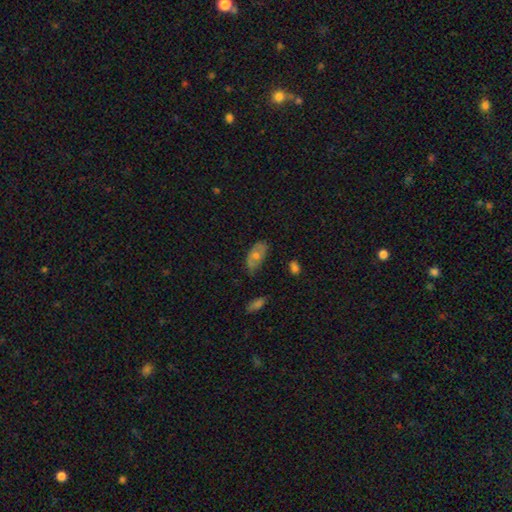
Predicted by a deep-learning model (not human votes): Q: Smooth or featured?
A: smooth (47%); runner-up: featured or disk (42%)
Q: Merging?
A: none (69%); runner-up: minor disturbance (23%)